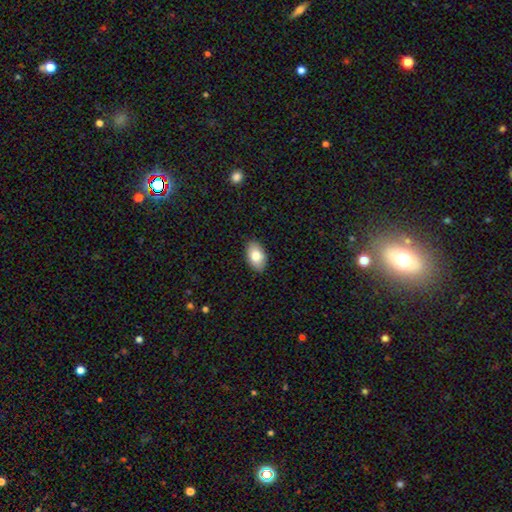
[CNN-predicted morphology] Smooth or featured: smooth — 82% (featured or disk — 11%)
How rounded: in between — 94% (round — 5%)
Merging: none — 88% (minor disturbance — 9%)